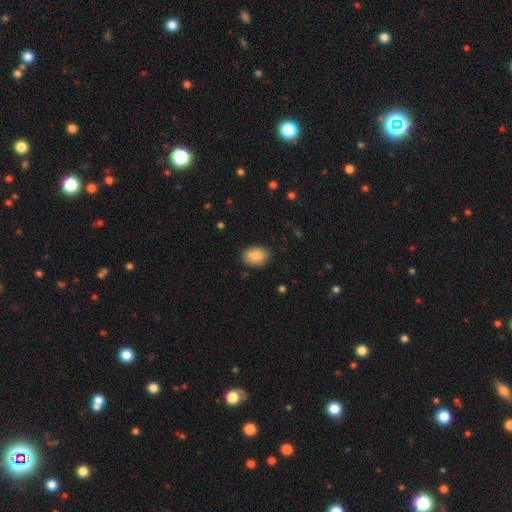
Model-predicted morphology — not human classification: This is clearly a smooth galaxy (87%). How rounded: likely in between (76%). Merging: clearly none (86%).